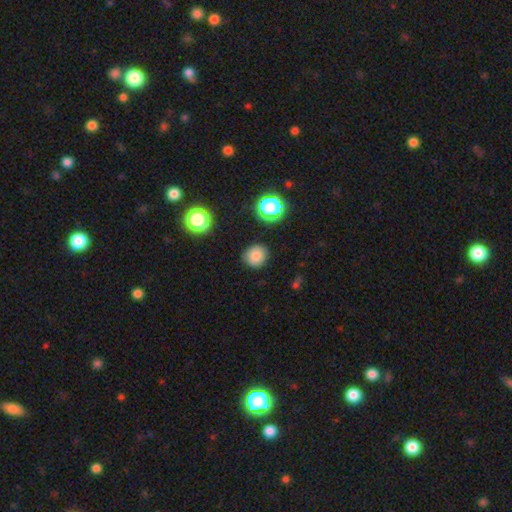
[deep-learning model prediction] A smooth galaxy with no disk features (79%) that is round (87%). Merging: none (85%).